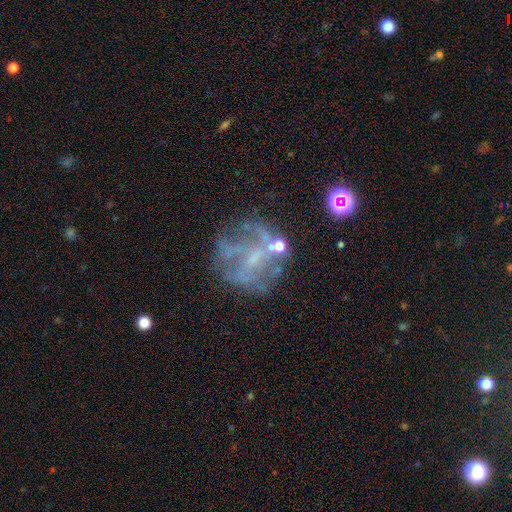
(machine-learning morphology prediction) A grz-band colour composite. It shows a featured or disk galaxy (66%) with no bar (58%), no spiral arms (62%) and no central bulge (43%). Merging: none (56%).